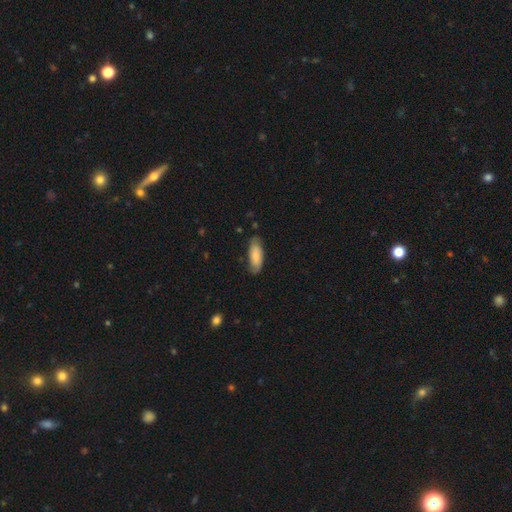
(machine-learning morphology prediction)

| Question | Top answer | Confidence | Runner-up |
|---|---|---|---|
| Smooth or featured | smooth | 77% | featured or disk (17%) |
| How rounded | in between | 72% | cigar-shaped (27%) |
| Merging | none | 77% | minor disturbance (19%) |